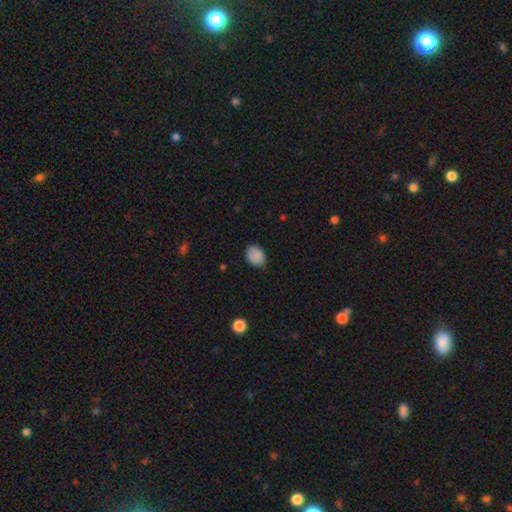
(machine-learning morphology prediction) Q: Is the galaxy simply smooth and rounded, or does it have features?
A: smooth — 86%.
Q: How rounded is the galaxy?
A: in between — 65%.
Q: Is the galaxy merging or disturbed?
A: none — 75%.